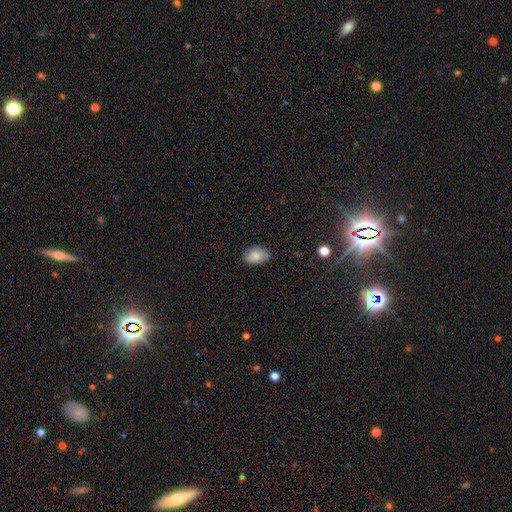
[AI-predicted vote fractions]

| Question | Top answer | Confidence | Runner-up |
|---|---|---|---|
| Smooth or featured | smooth | 86% | star or artifact (7%) |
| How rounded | in between | 88% | round (11%) |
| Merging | none | 79% | minor disturbance (17%) |